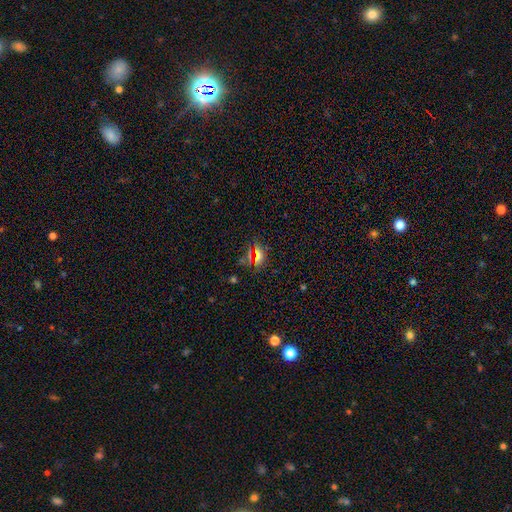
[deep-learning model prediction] smooth_or_featured: smooth (p=0.56) [alt: star or artifact p=0.32]
how_rounded: in between (p=0.59) [alt: round p=0.29]
merging: none (p=0.77) [alt: minor disturbance p=0.13]